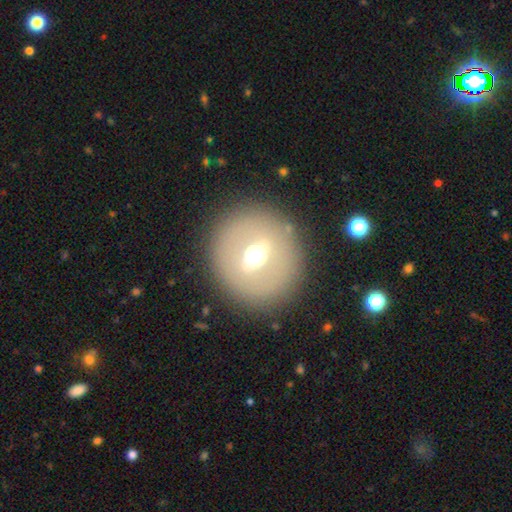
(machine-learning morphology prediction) Smooth or featured? featured or disk (53%)
Edge-on disk? no (66%)
Merging? none (87%)